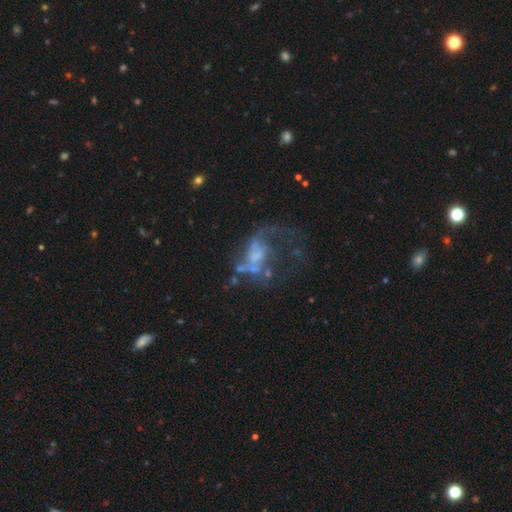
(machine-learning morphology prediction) Smooth or featured? Predicted: featured or disk (p=0.67). Edge-on disk? Predicted: no (p=0.97). Bar? Predicted: no (p=0.68). Spiral arms? Predicted: yes (p=0.51). Bulge size? Predicted: none (p=0.46). Merging? Predicted: major disturbance (p=0.49).